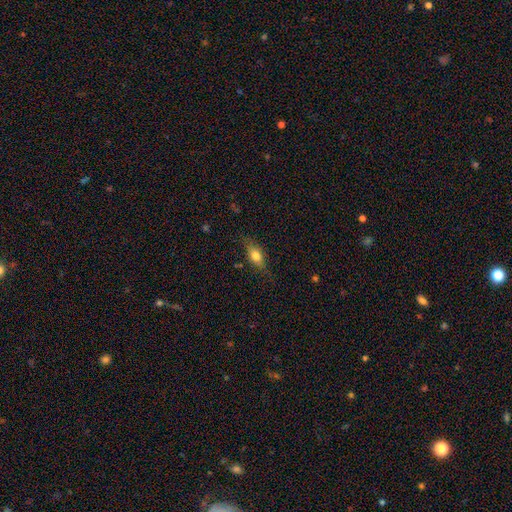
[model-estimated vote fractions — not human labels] A smooth galaxy with no disk features (71%) that is in between round and cigar-shaped (77%).

Vote fractions:
- Smooth or featured? smooth: 71% / featured or disk: 21% / star or artifact: 8%
- How rounded? in between: 77% / cigar-shaped: 15% / round: 8%
- Merging? none: 74% / minor disturbance: 19% / major disturbance: 5% / merger: 2%